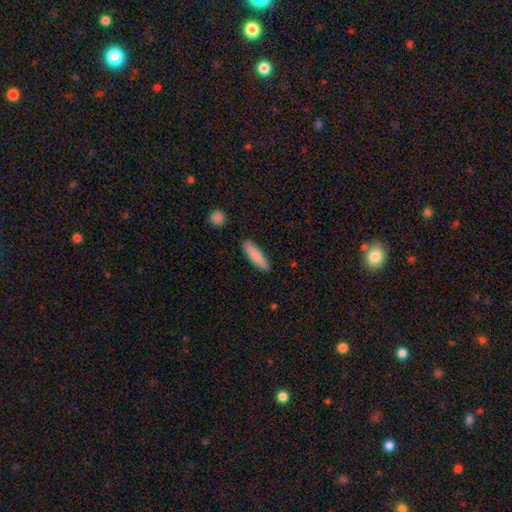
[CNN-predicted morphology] This is clearly a smooth galaxy (85%). How rounded: likely cigar-shaped (65%). Merging: clearly none (86%).